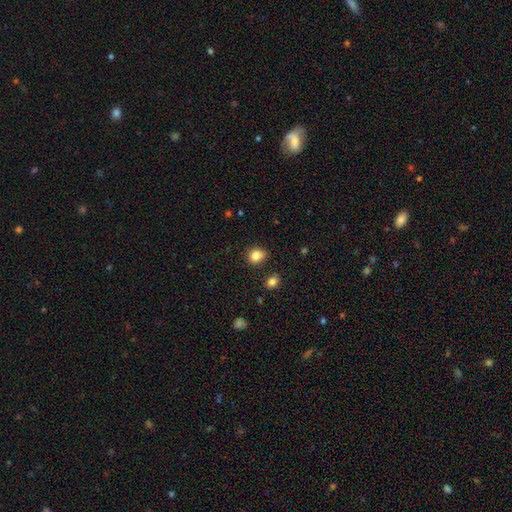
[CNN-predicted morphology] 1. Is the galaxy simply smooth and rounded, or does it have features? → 83% smooth, 11% star or artifact, 6% featured or disk.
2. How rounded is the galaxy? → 69% round, 30% in between, 1% cigar-shaped.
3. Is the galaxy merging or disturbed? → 79% none, 15% minor disturbance, 4% merger, 3% major disturbance.